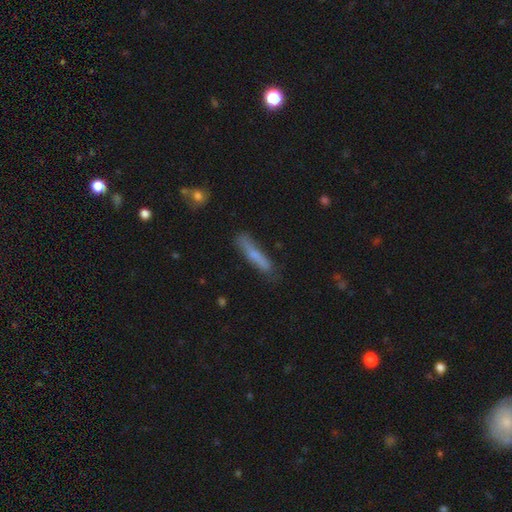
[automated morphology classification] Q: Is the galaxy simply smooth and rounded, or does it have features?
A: smooth — 68%.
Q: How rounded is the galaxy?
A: cigar-shaped — 89%.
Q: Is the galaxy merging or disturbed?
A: none — 74%.